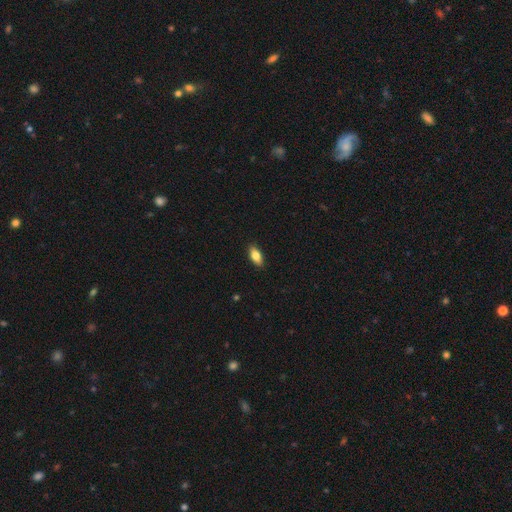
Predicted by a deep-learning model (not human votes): smooth_or_featured: smooth (p=0.79) [alt: featured or disk p=0.15]
how_rounded: in between (p=0.87) [alt: cigar-shaped p=0.10]
merging: none (p=0.90) [alt: minor disturbance p=0.08]